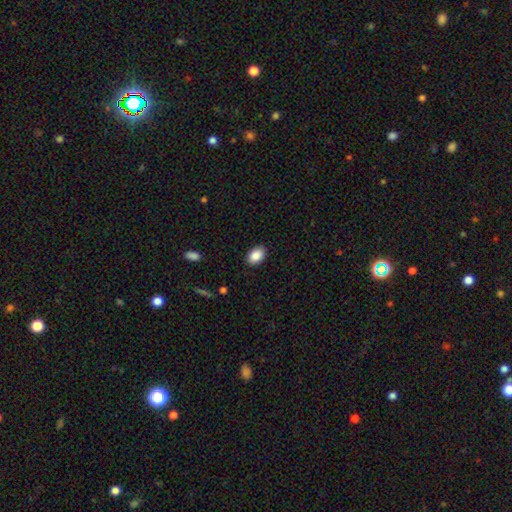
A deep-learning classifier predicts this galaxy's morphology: Overall: smooth (88%). How rounded: in between (86%). Merging: none (88%).